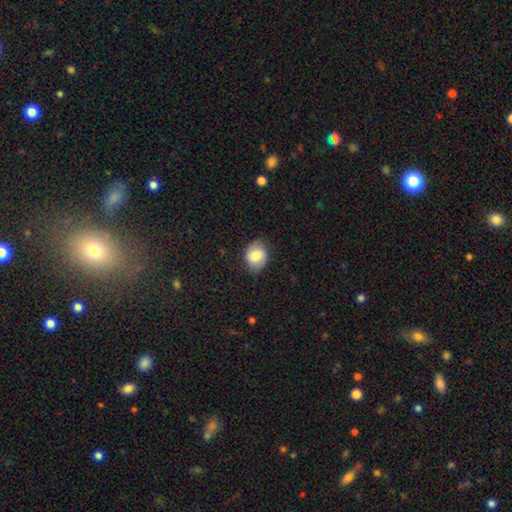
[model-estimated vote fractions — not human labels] A smooth galaxy with no disk features (77%) that is in between round and cigar-shaped (51%).

Vote fractions:
- Smooth or featured? smooth: 77% / featured or disk: 15% / star or artifact: 7%
- How rounded? in between: 51% / round: 49% / cigar-shaped: 1%
- Merging? none: 81% / minor disturbance: 15% / major disturbance: 3% / merger: 1%